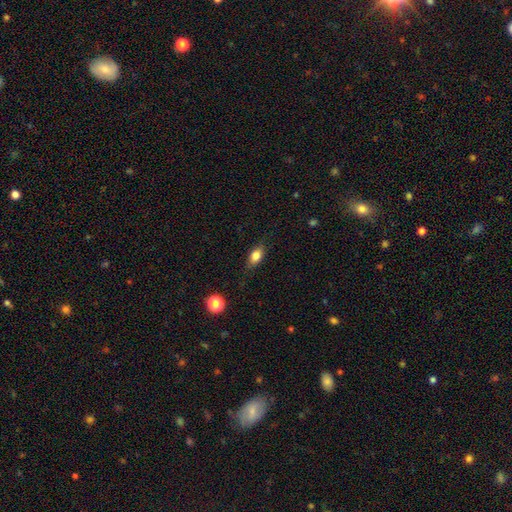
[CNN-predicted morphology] The model was most divided on "merging": none: 79%, minor disturbance: 16%, major disturbance: 4%, merger: 1%. More confident: how rounded — in between (79%); smooth or featured — smooth (78%).